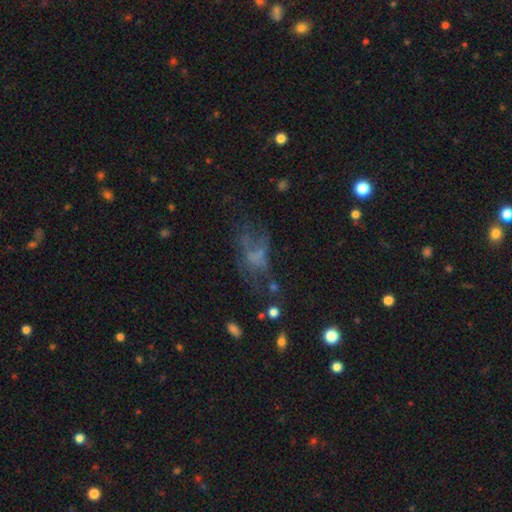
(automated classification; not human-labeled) Smooth or featured: featured or disk — 43% (smooth — 34%)
Merging: major disturbance — 38% (tied with none — 38%)